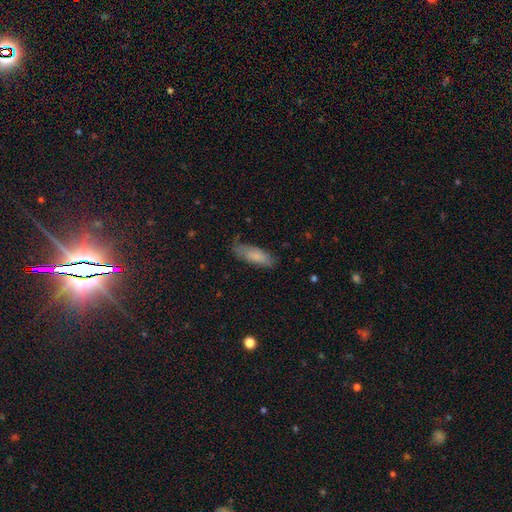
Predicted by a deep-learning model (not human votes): Smooth or featured: smooth — 74% (featured or disk — 19%)
How rounded: in between — 66% (cigar-shaped — 33%)
Merging: none — 65% (minor disturbance — 26%)